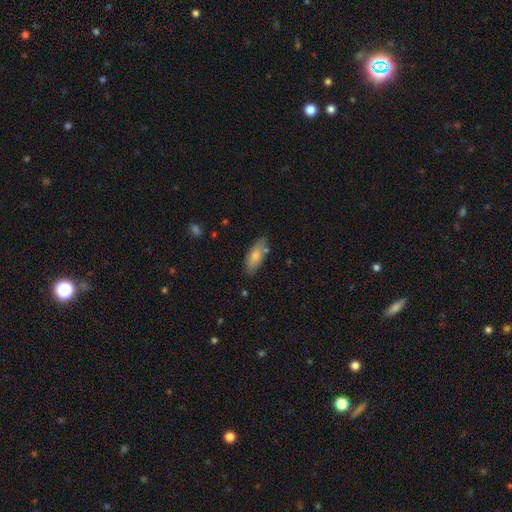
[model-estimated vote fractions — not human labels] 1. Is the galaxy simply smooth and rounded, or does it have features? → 76% smooth, 18% featured or disk, 6% star or artifact.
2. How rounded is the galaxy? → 79% in between, 19% cigar-shaped, 2% round.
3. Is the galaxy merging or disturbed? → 72% none, 19% minor disturbance, 6% merger, 4% major disturbance.